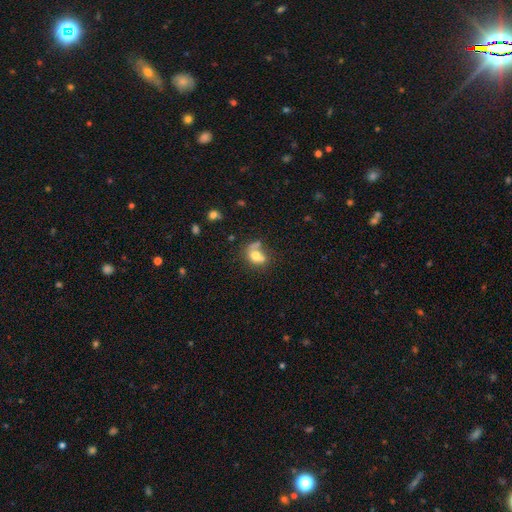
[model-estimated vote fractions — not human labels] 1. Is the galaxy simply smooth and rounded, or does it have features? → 68% smooth, 21% featured or disk, 11% star or artifact.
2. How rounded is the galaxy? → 61% in between, 37% round, 2% cigar-shaped.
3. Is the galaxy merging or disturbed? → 33% merger (tied), 33% none (tied), 19% minor disturbance, 15% major disturbance.